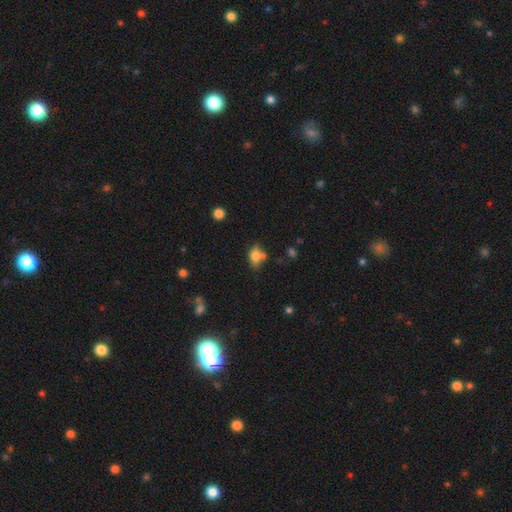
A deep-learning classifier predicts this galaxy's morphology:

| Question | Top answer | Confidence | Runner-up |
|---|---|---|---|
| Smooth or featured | smooth | 76% | featured or disk (13%) |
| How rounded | in between | 77% | round (20%) |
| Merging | none | 54% | merger (23%) |